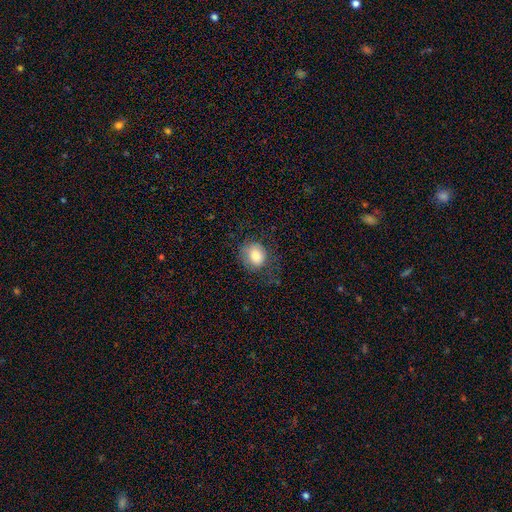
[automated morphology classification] A smooth galaxy with no disk features (80%) that is round (74%).

Vote fractions:
- Smooth or featured? smooth: 80% / featured or disk: 11% / star or artifact: 9%
- How rounded? round: 74% / in between: 25% / cigar-shaped: 1%
- Merging? none: 60% / minor disturbance: 22% / major disturbance: 17% / merger: 1%